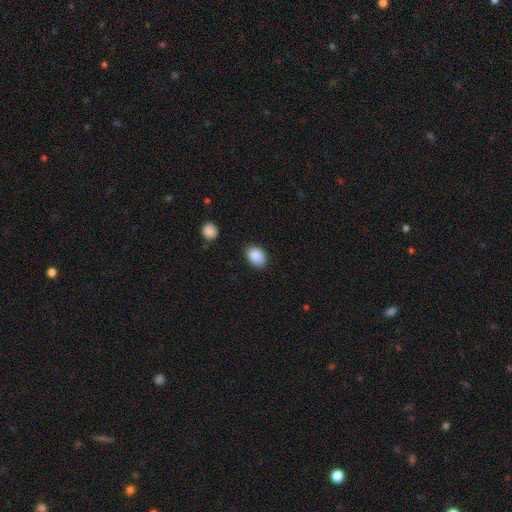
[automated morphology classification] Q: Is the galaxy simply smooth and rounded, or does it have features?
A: smooth — 88%.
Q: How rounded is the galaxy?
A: in between — 78%.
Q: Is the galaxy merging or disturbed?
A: none — 81%.